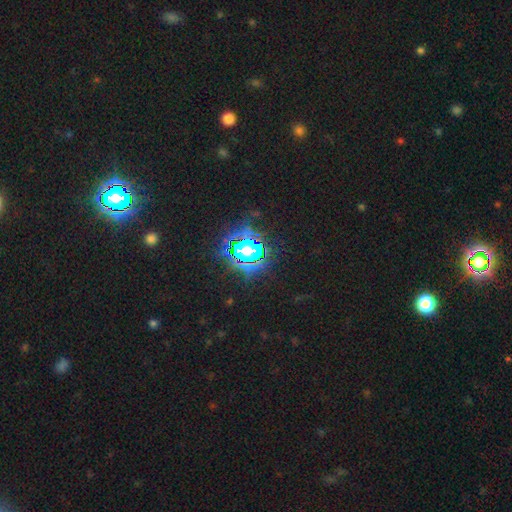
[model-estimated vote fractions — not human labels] A star or artifact, not a galaxy (82%).

Vote fractions:
- Smooth or featured? star or artifact: 82% / smooth: 11% / featured or disk: 6%